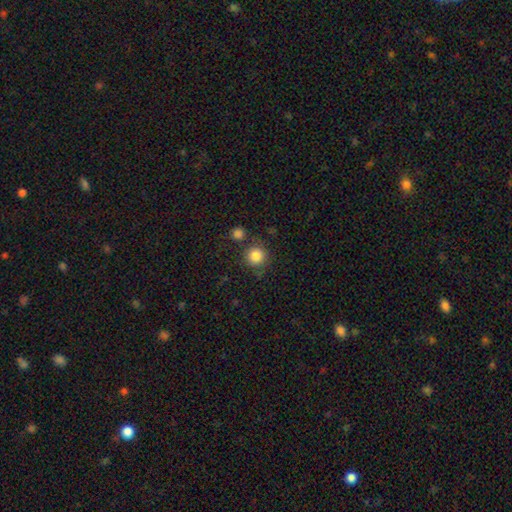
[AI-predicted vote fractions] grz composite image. It shows a smooth galaxy with no disk features (85%) that is round (94%). Merging: none (78%).